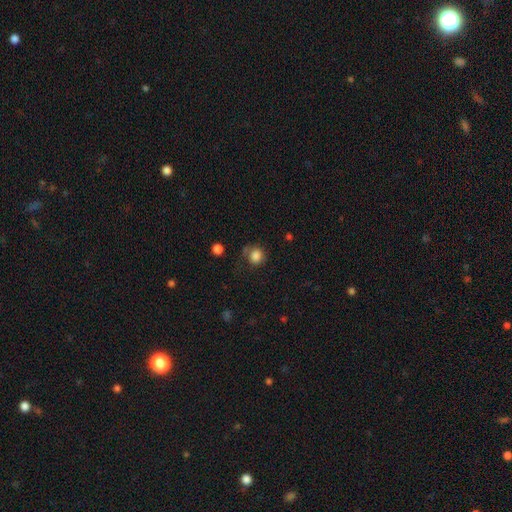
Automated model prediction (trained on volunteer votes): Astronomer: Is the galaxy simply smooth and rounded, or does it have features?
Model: smooth — 83%.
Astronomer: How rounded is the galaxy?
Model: round — 78%.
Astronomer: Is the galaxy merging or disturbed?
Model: none — 56%.